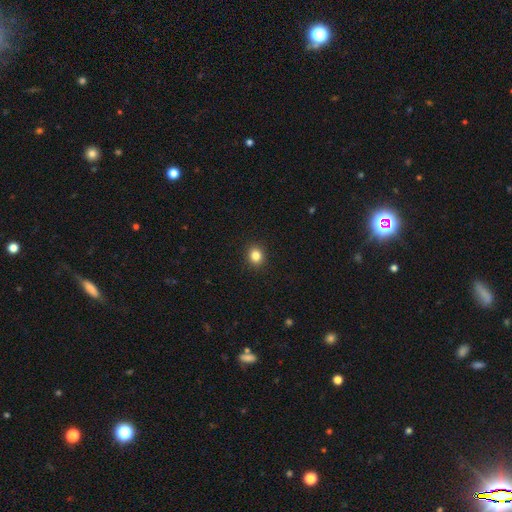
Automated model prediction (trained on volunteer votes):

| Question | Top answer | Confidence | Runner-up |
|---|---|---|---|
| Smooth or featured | smooth | 84% | star or artifact (11%) |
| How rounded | round | 76% | in between (23%) |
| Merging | none | 92% | minor disturbance (6%) |